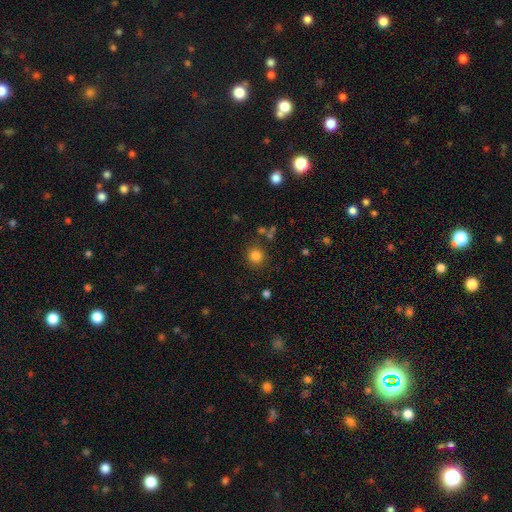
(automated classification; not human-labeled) Smooth or featured?
  - smooth: 82% *
  - star or artifact: 13%
  - featured or disk: 5%
How rounded?
  - round: 90% *
  - in between: 9%
  - cigar-shaped: 1%
Merging?
  - none: 84% *
  - minor disturbance: 9%
  - merger: 4%
  - major disturbance: 3%